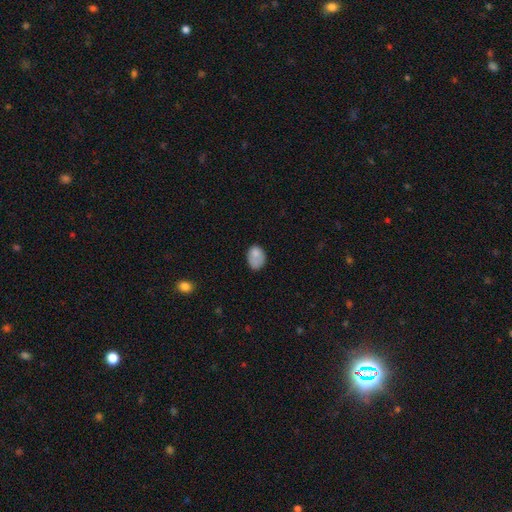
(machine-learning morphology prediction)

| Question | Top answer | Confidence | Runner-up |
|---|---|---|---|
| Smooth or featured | smooth | 78% | featured or disk (12%) |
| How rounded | in between | 76% | round (23%) |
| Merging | none | 51% | minor disturbance (30%) |